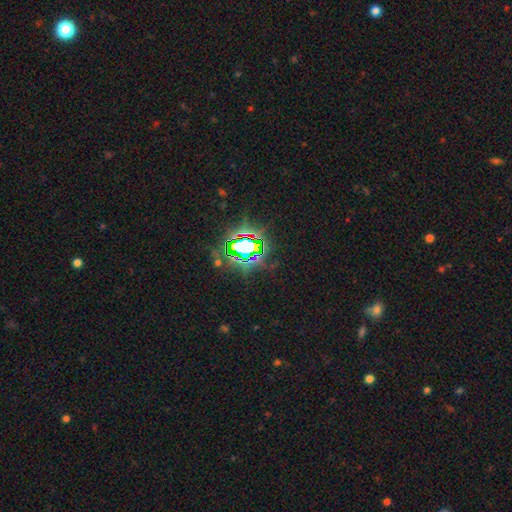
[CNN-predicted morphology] Q: Smooth or featured?
A: star or artifact (82%); runner-up: smooth (10%)